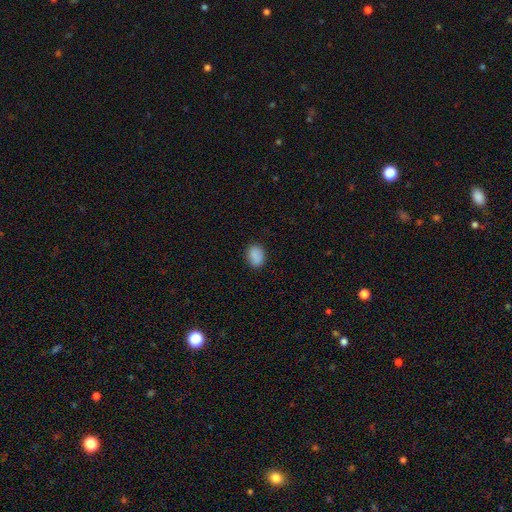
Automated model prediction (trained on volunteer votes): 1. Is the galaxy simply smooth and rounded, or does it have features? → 88% smooth, 8% star or artifact, 4% featured or disk.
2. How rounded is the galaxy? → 67% in between, 32% round, 1% cigar-shaped.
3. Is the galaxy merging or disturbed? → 86% none, 10% minor disturbance, 2% major disturbance, 1% merger.